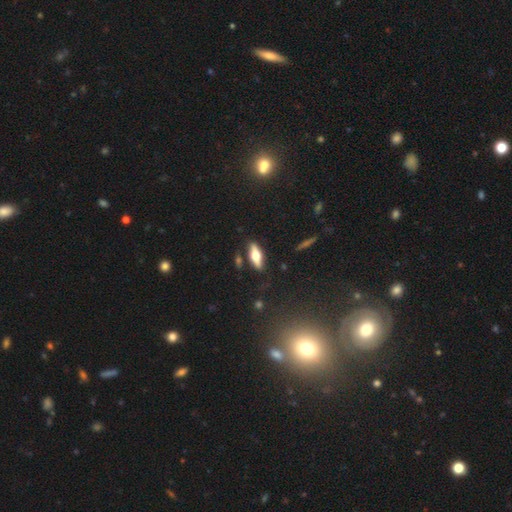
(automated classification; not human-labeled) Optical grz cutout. It shows a smooth galaxy with no disk features (49%). Merging: none (81%).